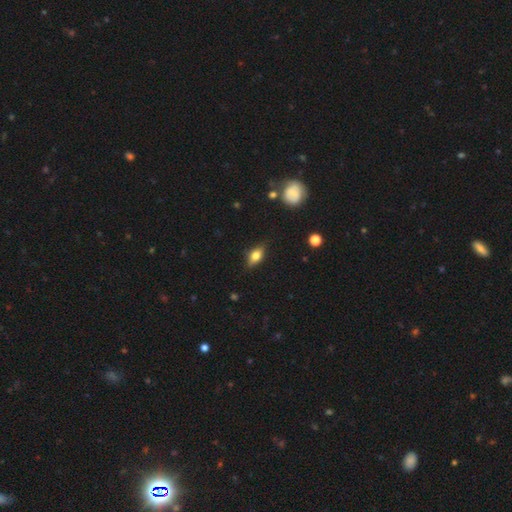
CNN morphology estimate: Q: Smooth or featured?
A: smooth (67%); runner-up: featured or disk (23%)
Q: How rounded?
A: in between (80%); runner-up: cigar-shaped (10%)
Q: Merging?
A: none (81%); runner-up: minor disturbance (14%)